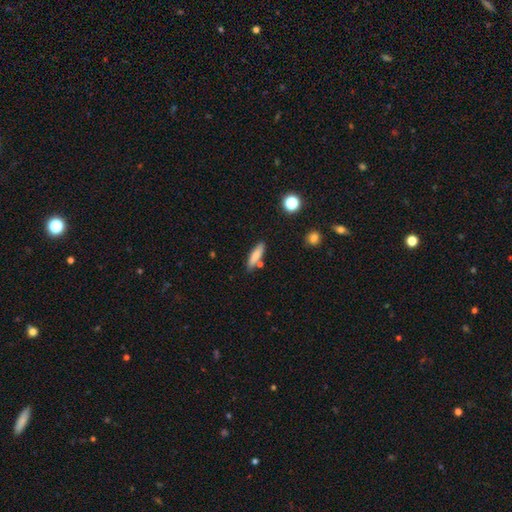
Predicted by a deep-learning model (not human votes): Smooth or featured? Predicted: smooth (p=0.77). How rounded? Predicted: cigar-shaped (p=0.67). Merging? Predicted: none (p=0.76).